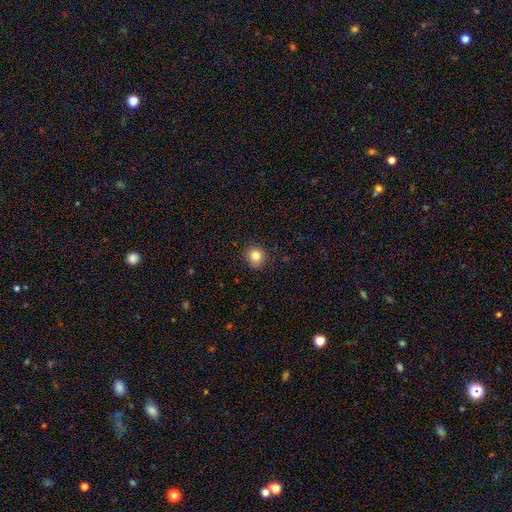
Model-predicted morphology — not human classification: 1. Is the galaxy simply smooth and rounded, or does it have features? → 83% smooth, 11% star or artifact, 6% featured or disk.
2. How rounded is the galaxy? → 87% round, 12% in between, 1% cigar-shaped.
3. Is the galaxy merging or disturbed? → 88% none, 9% minor disturbance, 2% major disturbance, 1% merger.